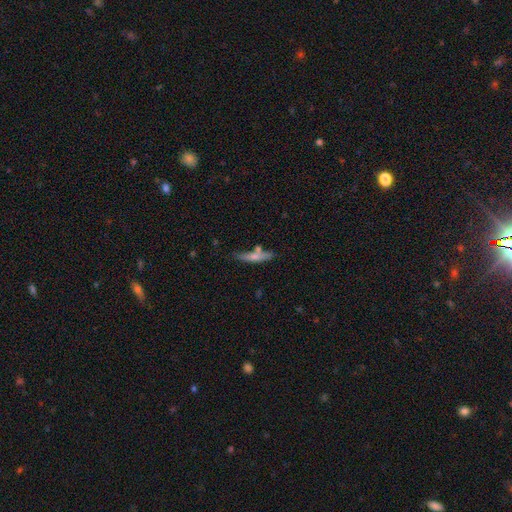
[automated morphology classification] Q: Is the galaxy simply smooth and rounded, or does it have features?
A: smooth — 59%.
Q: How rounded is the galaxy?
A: cigar-shaped — 87%.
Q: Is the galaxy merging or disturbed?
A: none — 65%.